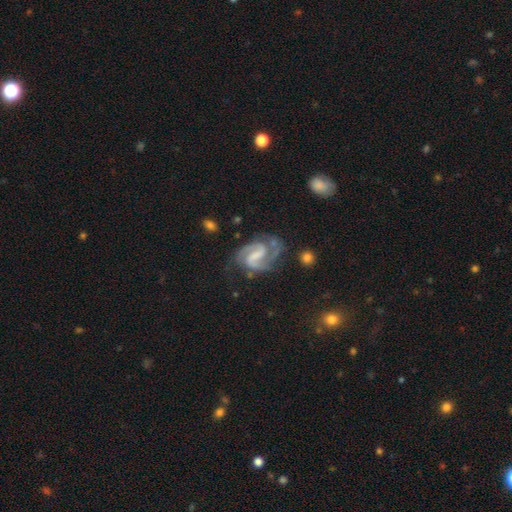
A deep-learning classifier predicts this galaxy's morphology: A featured or disk galaxy (89%) with a weak bar (44%), 2 (90%) medium (57%) spiral arms (97%) and no central bulge (44%).

Vote fractions:
- Smooth or featured? featured or disk: 89% / smooth: 5% / star or artifact: 5%
- Edge-on disk? no: 98% / yes: 2%
- Bar? weak: 44% / strong: 42% / no: 14%
- Spiral arms? yes: 97% / no: 3%
- Spiral winding? medium: 57% / tight: 26% / loose: 17%
- Spiral arm count? 2: 90% / can't tell: 3% / 3: 3% / 1: 2% / 4: 1% / more than 4: 1%
- Bulge size? none: 44% / small: 32% / moderate: 19% / large: 4% / dominant: 1%
- Merging? none: 63% / minor disturbance: 21% / major disturbance: 13% / merger: 4%